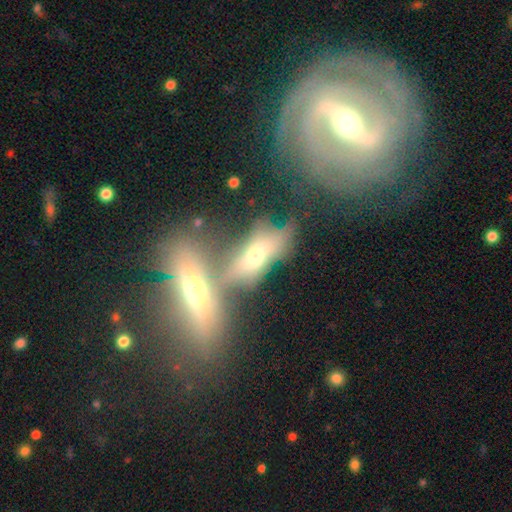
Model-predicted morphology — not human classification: featured or disk 52%, smooth 35%, star or artifact 12%. Down the decision tree: edge-on disk — yes (58%); merging — merger (49%).